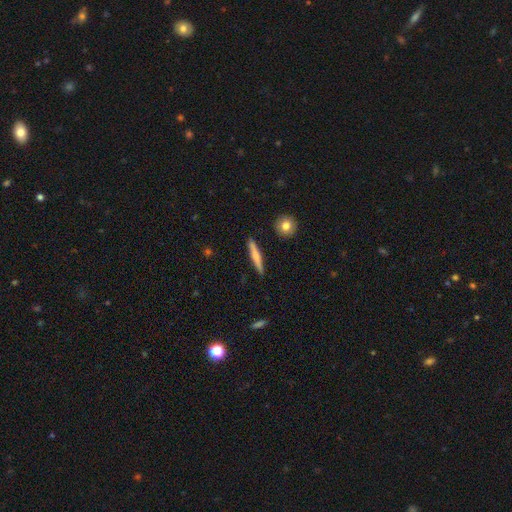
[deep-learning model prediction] Smooth or featured: smooth — 56% (featured or disk — 38%)
How rounded: cigar-shaped — 93% (in between — 5%)
Merging: none — 90% (minor disturbance — 7%)